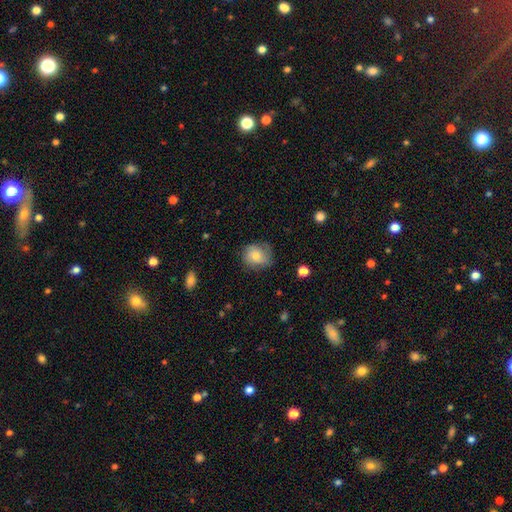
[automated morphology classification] Q: Smooth or featured?
A: smooth (66%); runner-up: featured or disk (25%)
Q: How rounded?
A: round (70%); runner-up: in between (29%)
Q: Merging?
A: none (64%); runner-up: minor disturbance (26%)